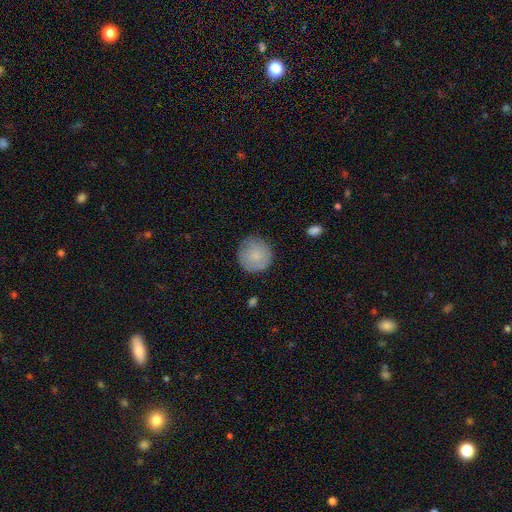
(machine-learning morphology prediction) Smooth or featured?
  - smooth: 81% *
  - featured or disk: 12%
  - star or artifact: 7%
How rounded?
  - round: 94% *
  - in between: 5%
  - cigar-shaped: 1%
Merging?
  - none: 84% *
  - minor disturbance: 13%
  - major disturbance: 3%
  - merger: 1%